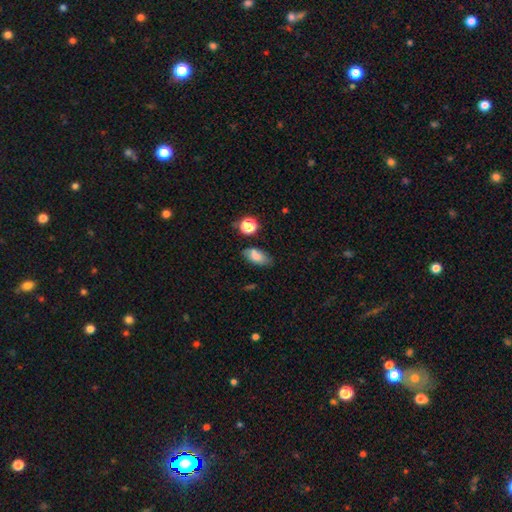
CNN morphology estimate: This appears to be a smooth galaxy with no disk features (78%) that is in between round and cigar-shaped (88%). Merging: none (71%).